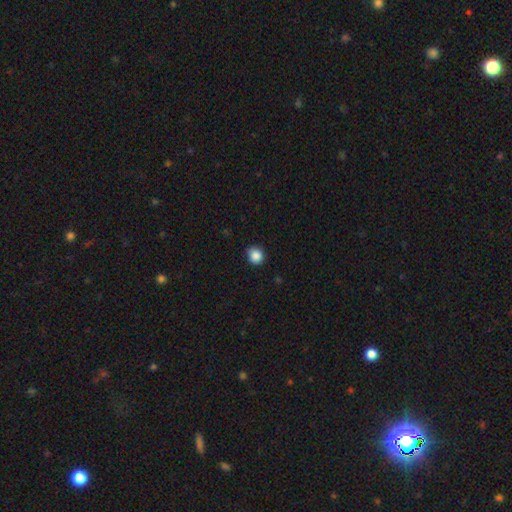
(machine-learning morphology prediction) smooth_or_featured: smooth (p=0.87) [alt: star or artifact p=0.10]
how_rounded: round (p=0.84) [alt: in between p=0.15]
merging: none (p=0.82) [alt: minor disturbance p=0.14]